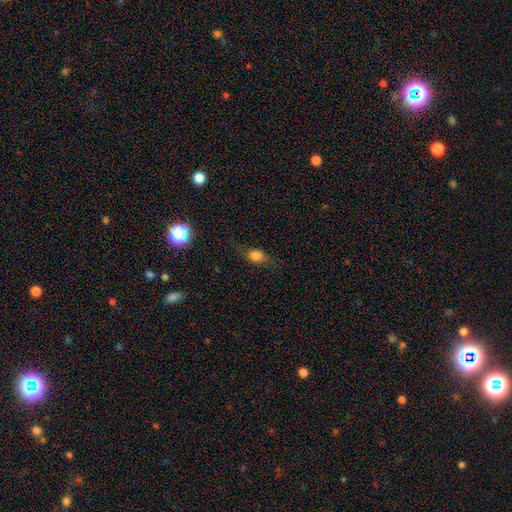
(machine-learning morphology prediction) smooth 65%, featured or disk 22%, star or artifact 12%. Down the decision tree: how rounded — in between (59%); merging — none (70%).